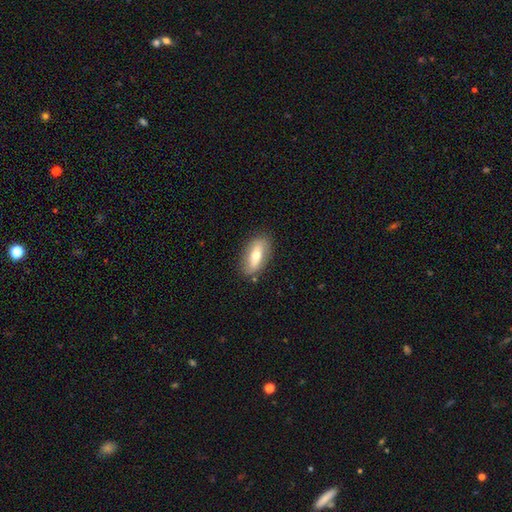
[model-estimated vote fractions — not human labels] Smooth or featured? smooth (56%)
How rounded? in between (80%)
Merging? none (84%)